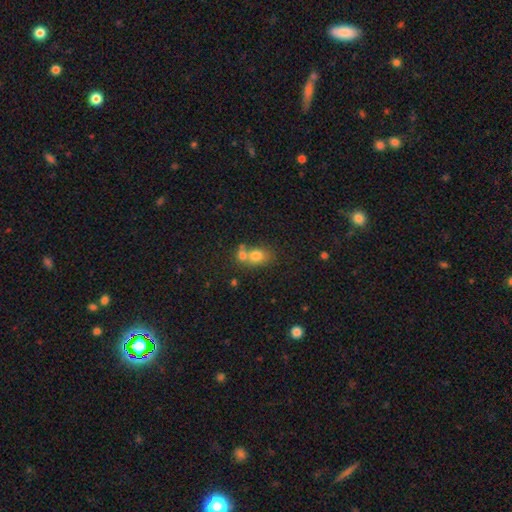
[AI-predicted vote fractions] A smooth galaxy with no disk features (75%) that is in between round and cigar-shaped (55%).

Vote fractions:
- Smooth or featured? smooth: 75% / featured or disk: 13% / star or artifact: 11%
- How rounded? in between: 55% / round: 43% / cigar-shaped: 2%
- Merging? merger: 52% / none: 34% / minor disturbance: 10% / major disturbance: 5%